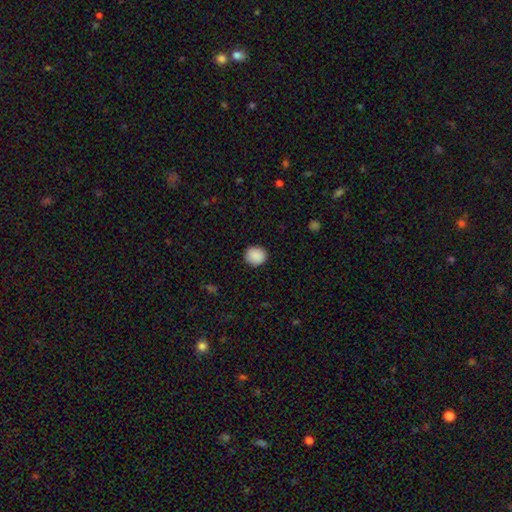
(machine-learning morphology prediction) A smooth galaxy with no disk features (89%) that is round (83%). Merging: none (90%).